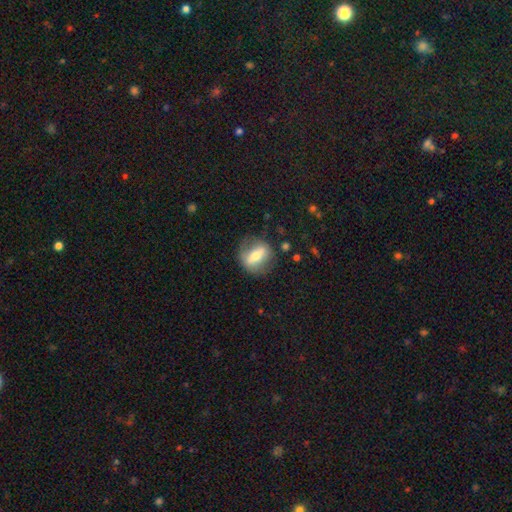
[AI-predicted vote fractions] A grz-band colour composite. It shows a smooth galaxy with no disk features (47%). Merging: none (73%).